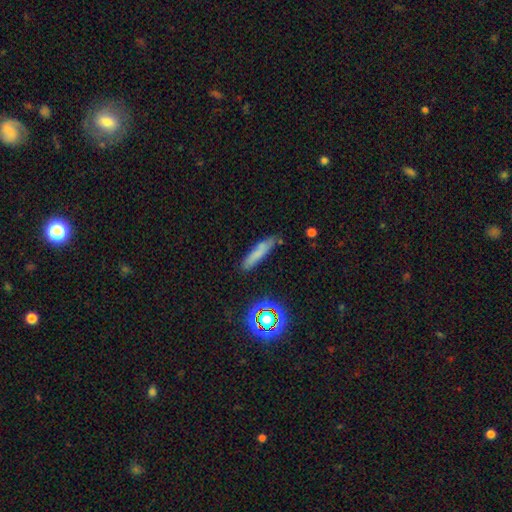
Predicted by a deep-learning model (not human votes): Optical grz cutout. It shows a smooth galaxy with no disk features (69%) that is cigar-shaped (82%). Merging: none (75%).